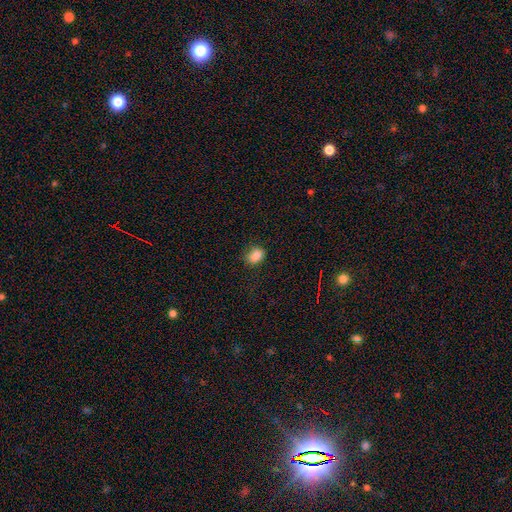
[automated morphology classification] Overall: smooth (85%). How rounded: in between (66%; round 32%). Merging: none (73%).